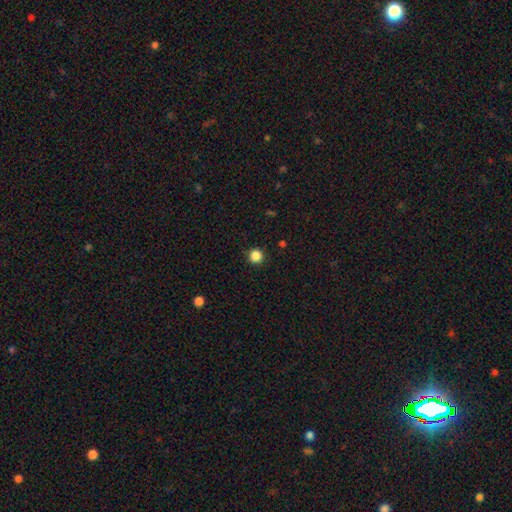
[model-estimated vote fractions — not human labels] This is clearly a smooth galaxy (85%). How rounded: clearly round (96%). Merging: clearly none (92%).